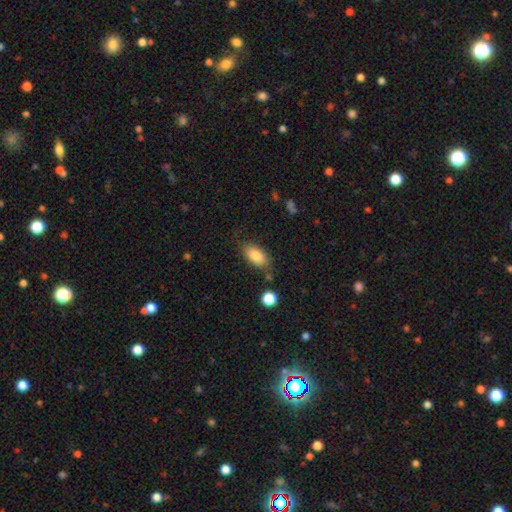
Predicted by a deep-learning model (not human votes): smooth-or-featured: smooth: 83% | featured or disk: 9% | star or artifact: 7%
  how-rounded: in between: 91% | cigar-shaped: 5% | round: 4%
  merging: none: 72% | minor disturbance: 18% | major disturbance: 6% | merger: 5%